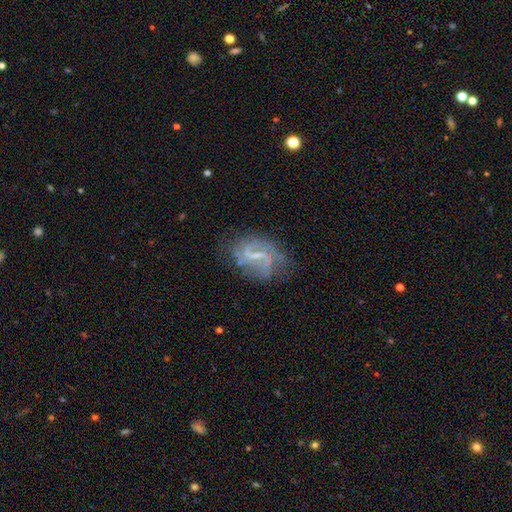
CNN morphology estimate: A featured or disk galaxy (79%) with a weak bar (51%), 2 (64%) medium (41%) spiral arms (87%) and a small central bulge (48%). Merging: none (64%).